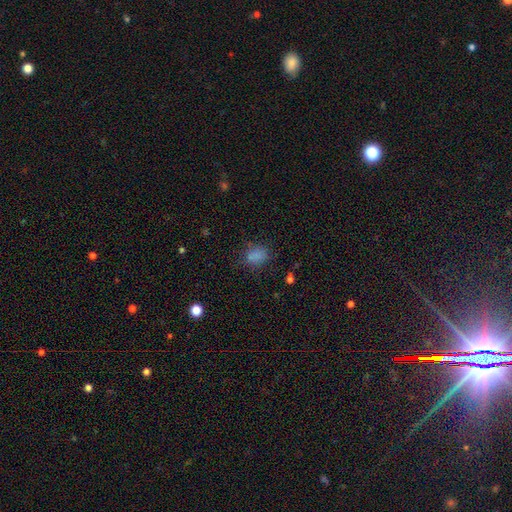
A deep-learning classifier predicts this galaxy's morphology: Smooth or featured?
  - smooth: 78% *
  - star or artifact: 15%
  - featured or disk: 7%
How rounded?
  - in between: 55% *
  - round: 44%
  - cigar-shaped: 1%
Merging?
  - none: 69% *
  - minor disturbance: 20%
  - major disturbance: 8%
  - merger: 3%